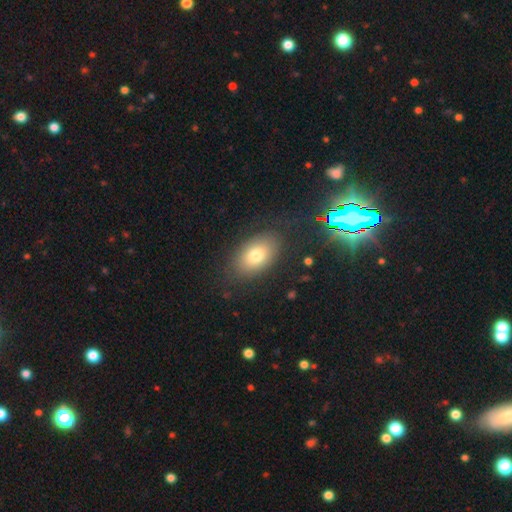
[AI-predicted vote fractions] This appears to be a smooth galaxy with no disk features (74%) that is in between round and cigar-shaped (87%). Merging: none (82%).